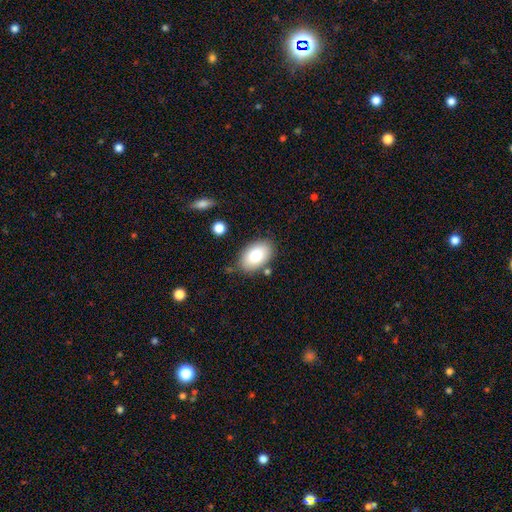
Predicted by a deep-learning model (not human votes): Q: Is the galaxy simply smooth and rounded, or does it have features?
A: smooth — 81%.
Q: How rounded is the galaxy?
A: in between — 92%.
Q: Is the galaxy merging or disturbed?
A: none — 81%.